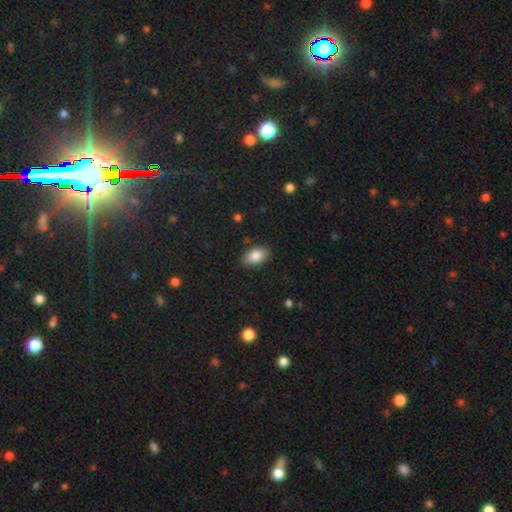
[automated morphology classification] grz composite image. It shows a smooth galaxy with no disk features (86%) that is in between round and cigar-shaped (93%). Merging: none (86%).